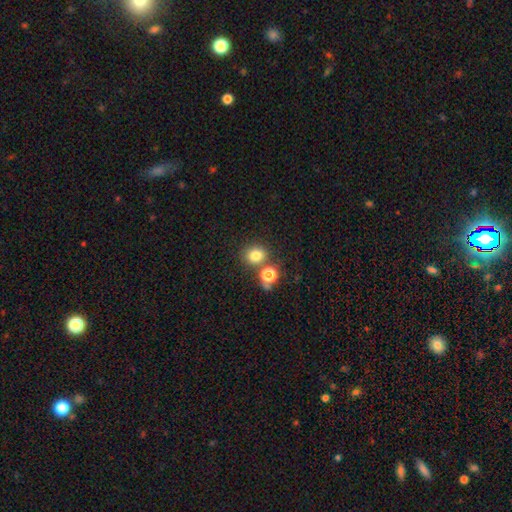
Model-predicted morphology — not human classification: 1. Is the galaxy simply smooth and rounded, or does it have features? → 78% smooth, 15% star or artifact, 7% featured or disk.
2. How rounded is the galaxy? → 78% round, 21% in between, 1% cigar-shaped.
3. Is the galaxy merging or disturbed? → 66% none, 21% merger, 9% minor disturbance, 4% major disturbance.